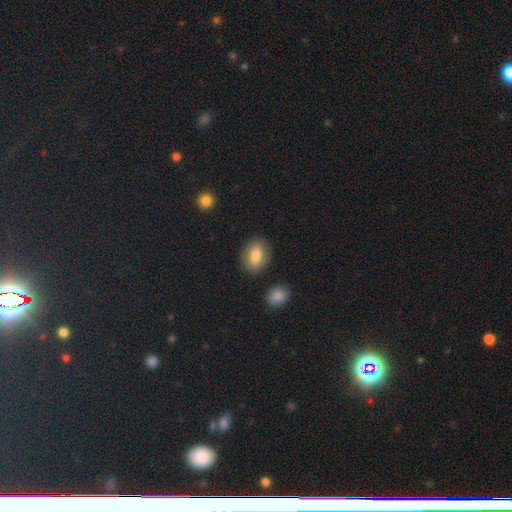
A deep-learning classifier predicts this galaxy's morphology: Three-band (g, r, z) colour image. It shows a smooth galaxy with no disk features (82%) that is in between round and cigar-shaped (74%). Merging: none (83%).